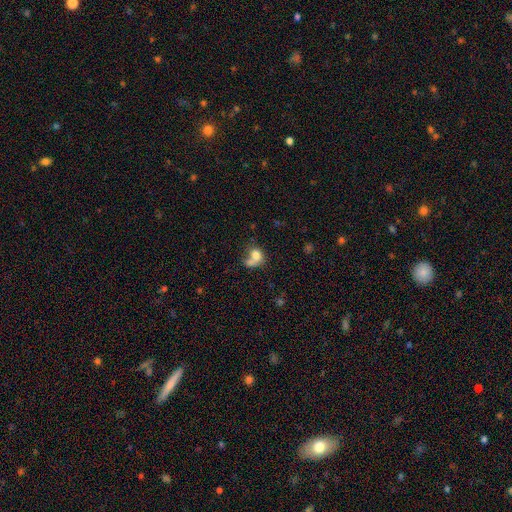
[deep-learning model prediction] smooth 74%, featured or disk 15%, star or artifact 10%. Down the decision tree: how rounded — round (57%); merging — merger (48%).